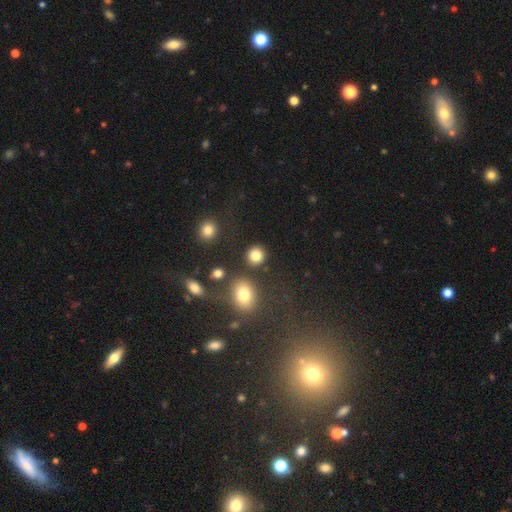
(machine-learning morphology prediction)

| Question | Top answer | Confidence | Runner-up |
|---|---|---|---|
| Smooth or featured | smooth | 83% | star or artifact (11%) |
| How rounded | round | 84% | in between (14%) |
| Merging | none | 82% | minor disturbance (8%) |